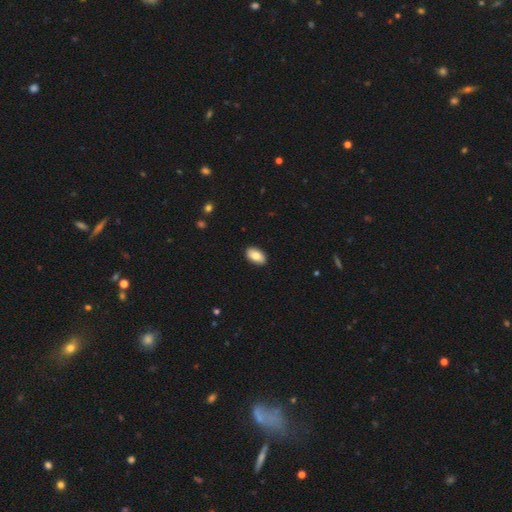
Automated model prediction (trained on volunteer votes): A smooth galaxy with no disk features (80%) that is in between round and cigar-shaped (92%).

Vote fractions:
- Smooth or featured? smooth: 80% / featured or disk: 14% / star or artifact: 7%
- How rounded? in between: 92% / round: 6% / cigar-shaped: 2%
- Merging? none: 89% / minor disturbance: 8% / major disturbance: 2% / merger: 1%